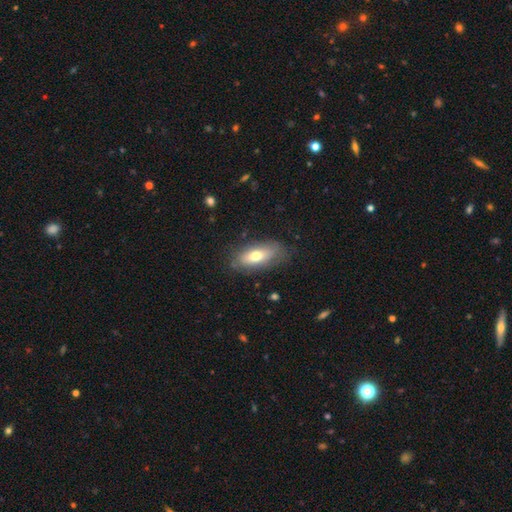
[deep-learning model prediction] A smooth galaxy with no disk features (67%) that is in between round and cigar-shaped (83%).

Vote fractions:
- Smooth or featured? smooth: 67% / featured or disk: 26% / star or artifact: 7%
- How rounded? in between: 83% / cigar-shaped: 14% / round: 4%
- Merging? none: 75% / minor disturbance: 18% / major disturbance: 6% / merger: 1%